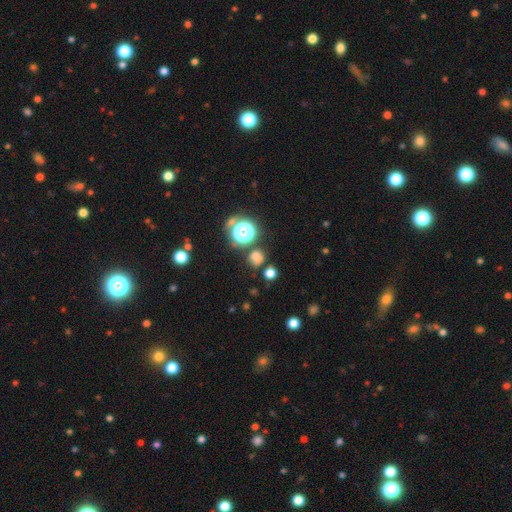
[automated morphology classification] Smooth or featured? smooth (64%)
How rounded? round (85%)
Merging? none (73%)